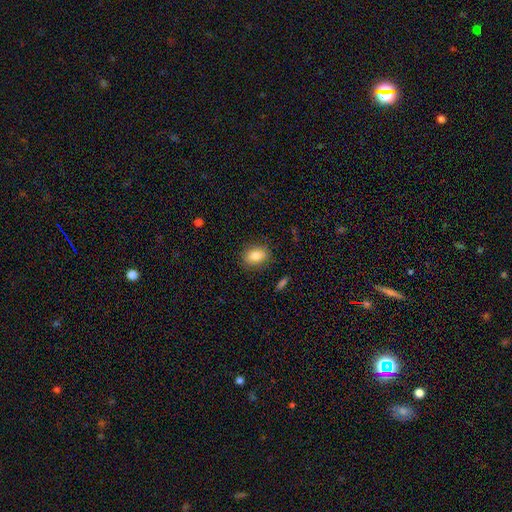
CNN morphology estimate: Smooth or featured?
  - smooth: 84% *
  - star or artifact: 8%
  - featured or disk: 8%
How rounded?
  - in between: 76% *
  - round: 21%
  - cigar-shaped: 2%
Merging?
  - none: 85% *
  - minor disturbance: 11%
  - major disturbance: 3%
  - merger: 1%